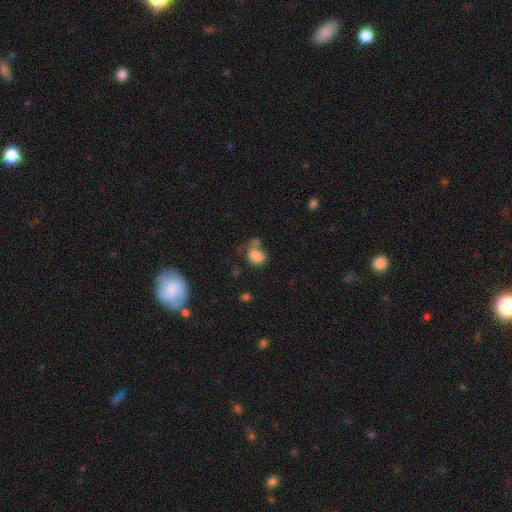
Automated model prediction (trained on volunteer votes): A smooth galaxy with no disk features (78%) that is in between round and cigar-shaped (75%).

Vote fractions:
- Smooth or featured? smooth: 78% / star or artifact: 11% / featured or disk: 11%
- How rounded? in between: 75% / round: 24% / cigar-shaped: 2%
- Merging? none: 34% / merger: 30% / minor disturbance: 20% / major disturbance: 16%